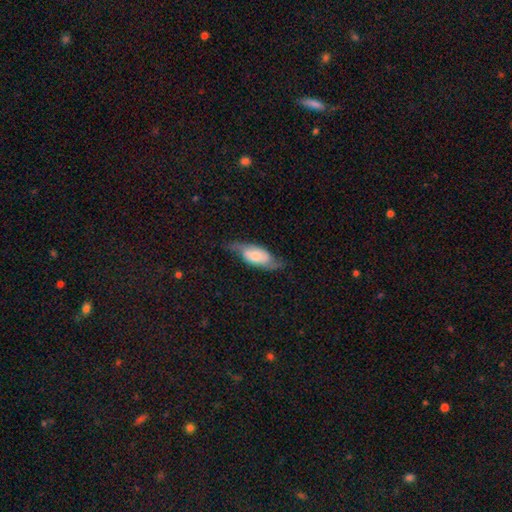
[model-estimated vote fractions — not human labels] Smooth or featured? Predicted: featured or disk (p=0.56). Edge-on disk? Predicted: no (p=0.79). Merging? Predicted: none (p=0.64).